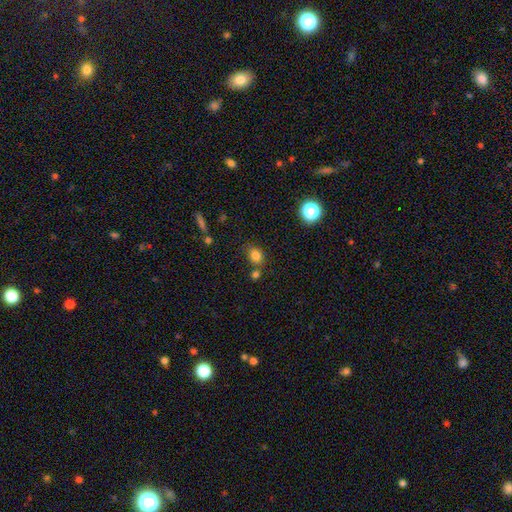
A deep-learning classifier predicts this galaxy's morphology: smooth 81%, star or artifact 13%, featured or disk 7%. Down the decision tree: how rounded — round (57%); merging — none (66%).